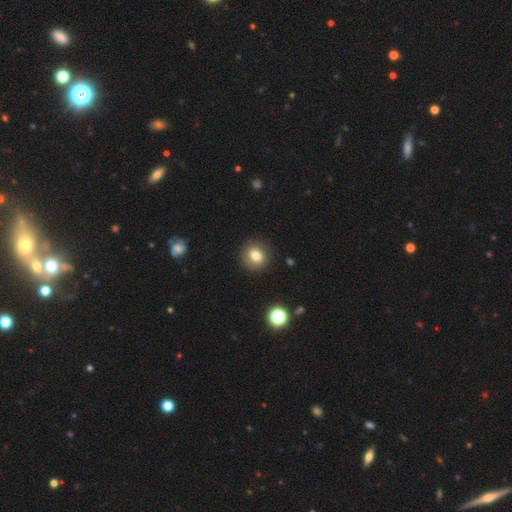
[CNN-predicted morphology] A smooth galaxy with no disk features (80%) that is round (80%). Merging: none (89%).